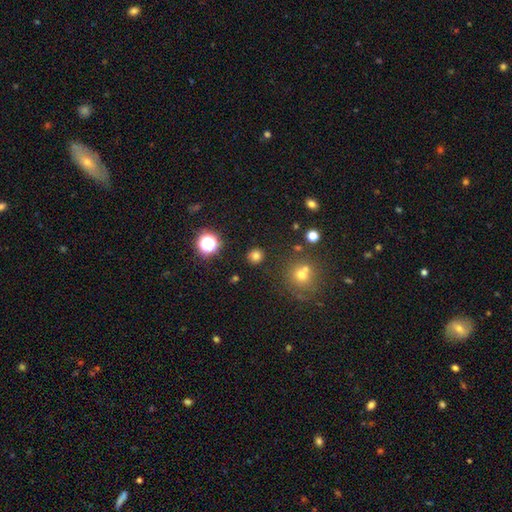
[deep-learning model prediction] Smooth or featured: smooth — 77% (star or artifact — 18%)
How rounded: round — 91% (in between — 8%)
Merging: none — 88% (minor disturbance — 7%)